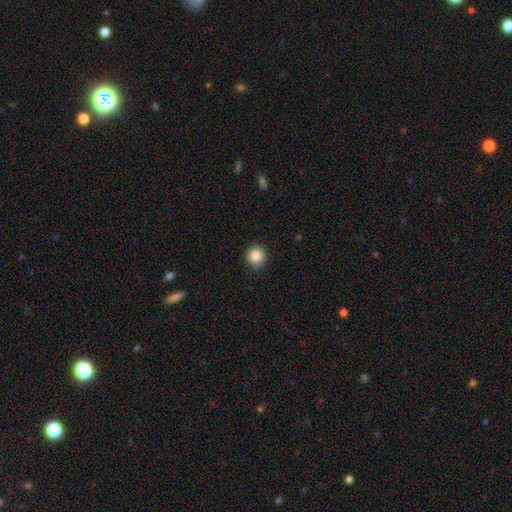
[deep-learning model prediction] Overall: smooth (85%). How rounded: round (94%). Merging: none (89%).